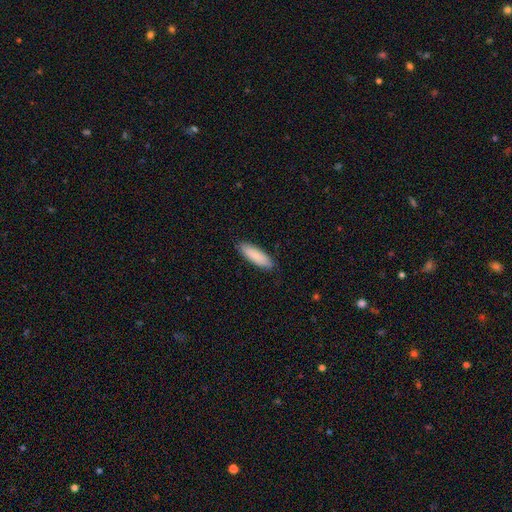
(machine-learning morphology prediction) A smooth galaxy with no disk features (88%) that is cigar-shaped (52%). Merging: none (88%).